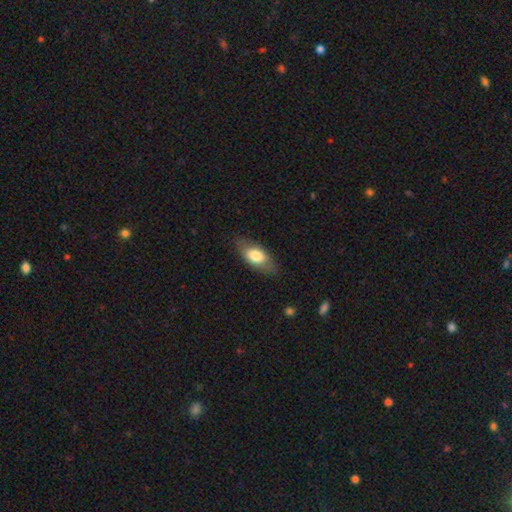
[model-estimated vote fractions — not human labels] smooth-or-featured: smooth: 71% | featured or disk: 23% | star or artifact: 6%
  how-rounded: in between: 86% | cigar-shaped: 10% | round: 4%
  merging: none: 81% | minor disturbance: 14% | major disturbance: 4% | merger: 1%